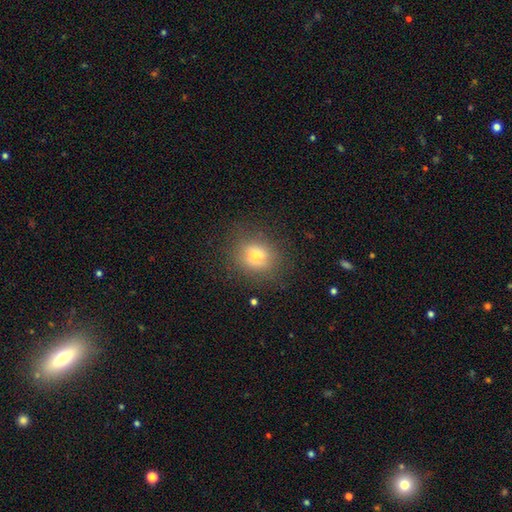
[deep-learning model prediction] Smooth or featured? smooth (71%)
How rounded? round (75%)
Merging? none (82%)